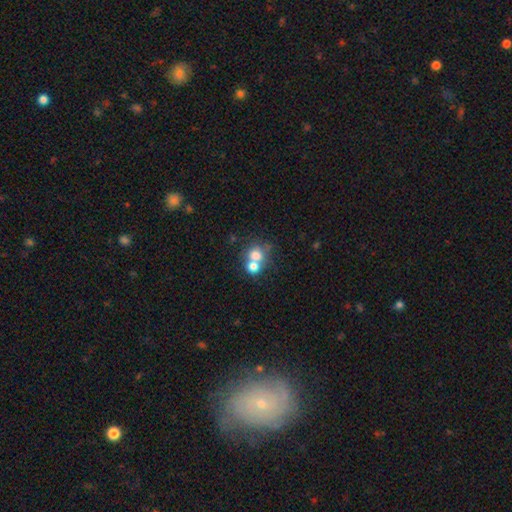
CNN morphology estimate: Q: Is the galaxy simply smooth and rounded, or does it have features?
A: smooth — 71%.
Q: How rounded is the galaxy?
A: round — 73%.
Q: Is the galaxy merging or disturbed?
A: merger — 59%.